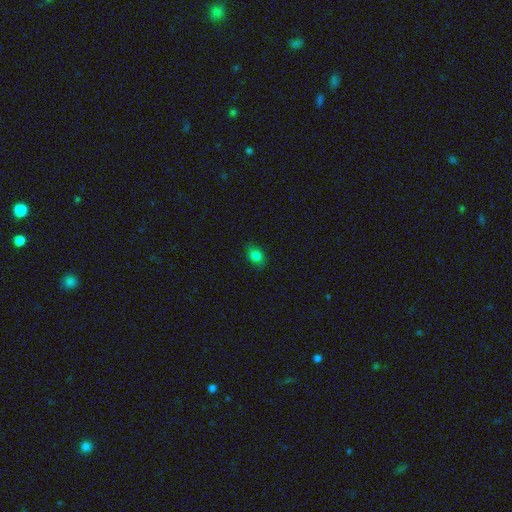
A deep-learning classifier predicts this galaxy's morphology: Smooth or featured?
  - smooth: 80% *
  - star or artifact: 13%
  - featured or disk: 7%
How rounded?
  - in between: 70% *
  - round: 28%
  - cigar-shaped: 2%
Merging?
  - none: 79% *
  - minor disturbance: 16%
  - major disturbance: 4%
  - merger: 1%